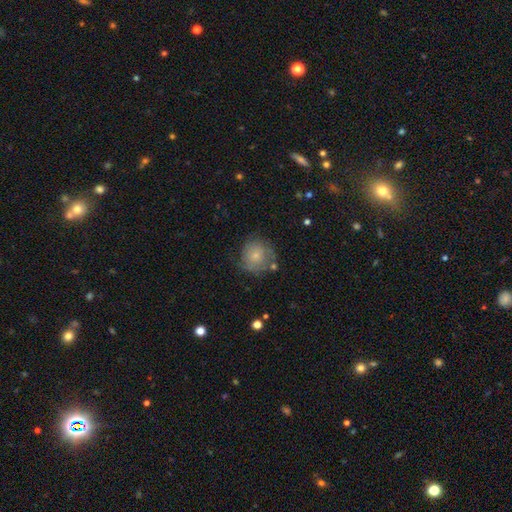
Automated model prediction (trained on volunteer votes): This appears to be a smooth galaxy with no disk features (62%) that is round (90%). Merging: none (62%).